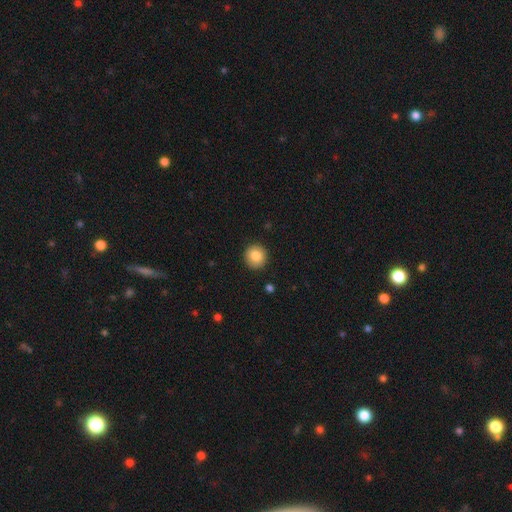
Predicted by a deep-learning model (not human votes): Smooth or featured?
  - smooth: 84% *
  - star or artifact: 8%
  - featured or disk: 7%
How rounded?
  - round: 93% *
  - in between: 6%
  - cigar-shaped: 1%
Merging?
  - none: 91% *
  - minor disturbance: 6%
  - major disturbance: 2%
  - merger: 1%